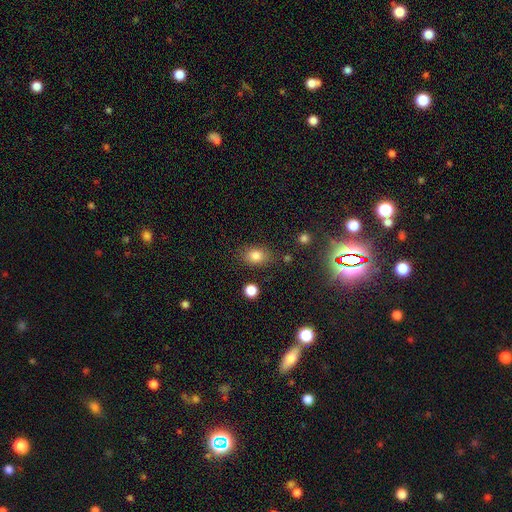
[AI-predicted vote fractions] Overall: smooth (82%). How rounded: in between (71%). Merging: none (79%).